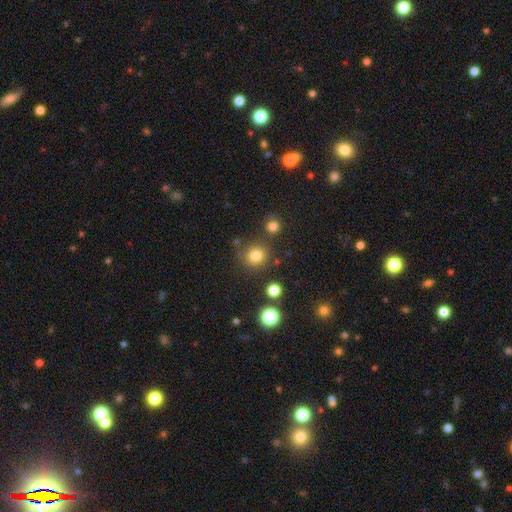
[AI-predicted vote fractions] Q: Smooth or featured?
A: smooth (79%); runner-up: star or artifact (14%)
Q: How rounded?
A: round (90%); runner-up: in between (9%)
Q: Merging?
A: none (80%); runner-up: minor disturbance (9%)